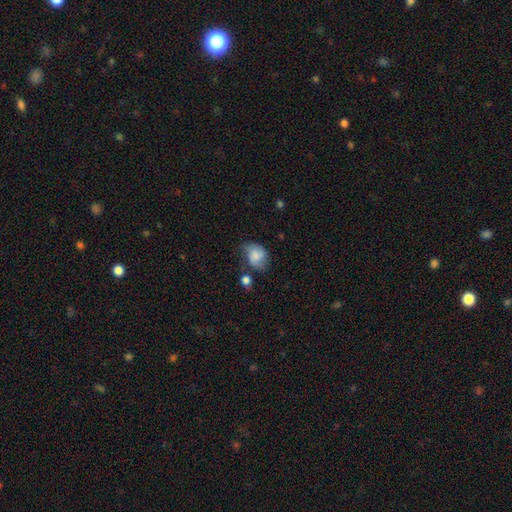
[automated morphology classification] smooth-or-featured: smooth: 72% | featured or disk: 19% | star or artifact: 9%
  how-rounded: in between: 50% | round: 49% | cigar-shaped: 1%
  merging: none: 48% | minor disturbance: 32% | major disturbance: 12% | merger: 7%